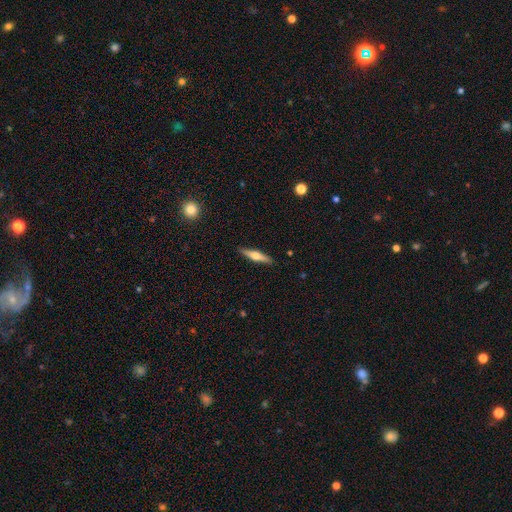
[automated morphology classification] featured or disk 60%, smooth 34%, star or artifact 6%. Down the decision tree: edge-on disk — yes (96%); edge-on bulge — rounded (91%); merging — none (90%).